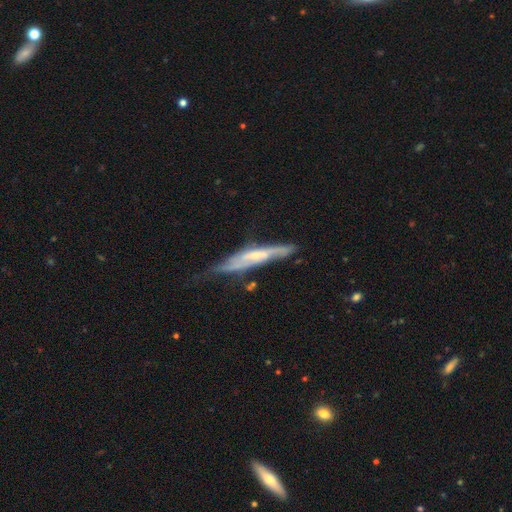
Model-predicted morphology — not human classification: smooth_or_featured: featured or disk (p=0.67) [alt: smooth p=0.27]
disk_edge_on: yes (p=0.71) [alt: no p=0.29]
merging: none (p=0.50) [alt: minor disturbance p=0.34]